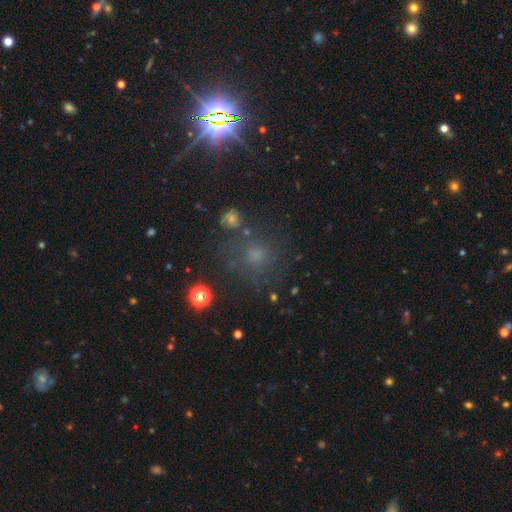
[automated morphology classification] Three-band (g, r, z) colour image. It shows a smooth galaxy with no disk features (55%) that is round (85%). Merging: none (69%).